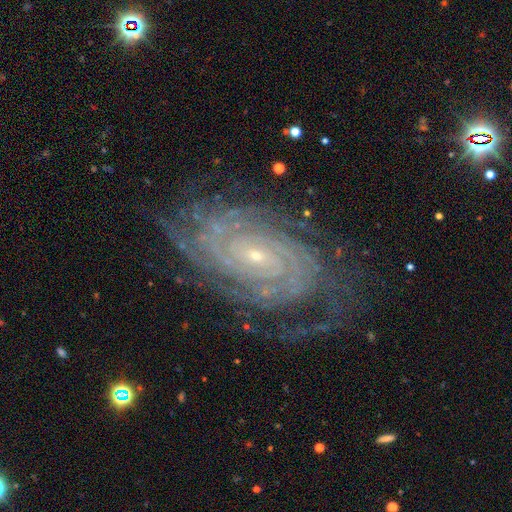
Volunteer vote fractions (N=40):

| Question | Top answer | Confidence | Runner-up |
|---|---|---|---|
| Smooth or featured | featured or disk | 90% | smooth (5%) |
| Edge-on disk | no | 100% | — |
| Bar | no | 78% | weak (17%) |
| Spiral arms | yes | 100% | — |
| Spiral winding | tight | 92% | medium (6%) |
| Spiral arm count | more than 4 | 33% | 4 (28%) |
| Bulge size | small | 89% | moderate (11%) |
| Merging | none | 63% | minor disturbance (26%) |